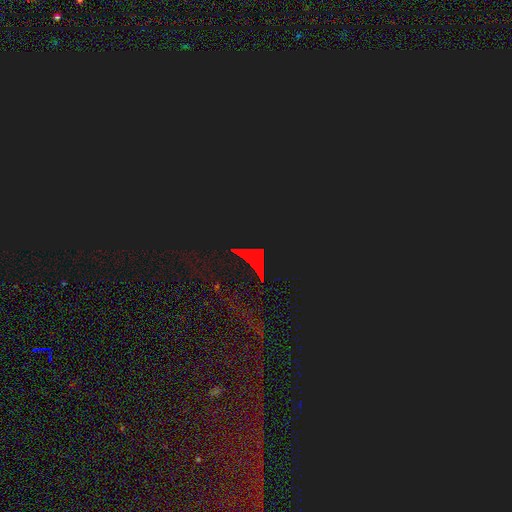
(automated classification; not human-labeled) This appears to be a star or artifact, not a galaxy (86%).